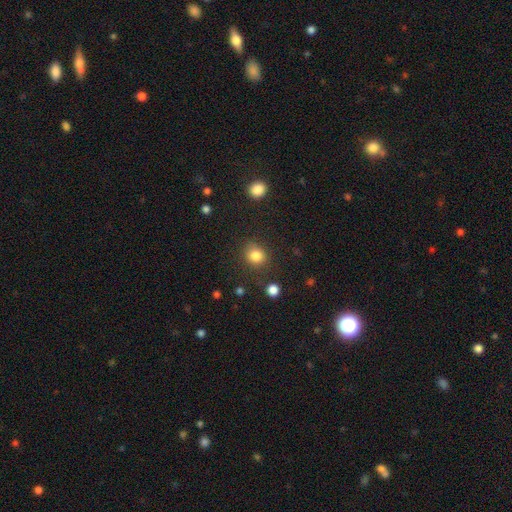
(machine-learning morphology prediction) Smooth or featured: smooth — 83% (star or artifact — 12%)
How rounded: round — 80% (in between — 19%)
Merging: none — 84% (minor disturbance — 10%)